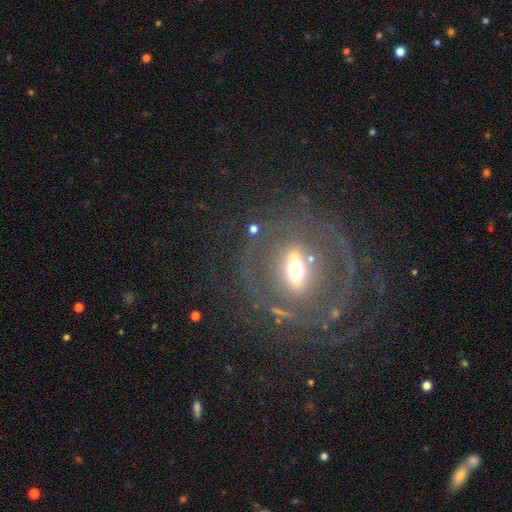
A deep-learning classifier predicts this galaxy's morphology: This appears to be a featured or disk galaxy (76%) with a strong bar (40%), spiral arms (62%) and a moderate central bulge (58%). Merging: none (75%).